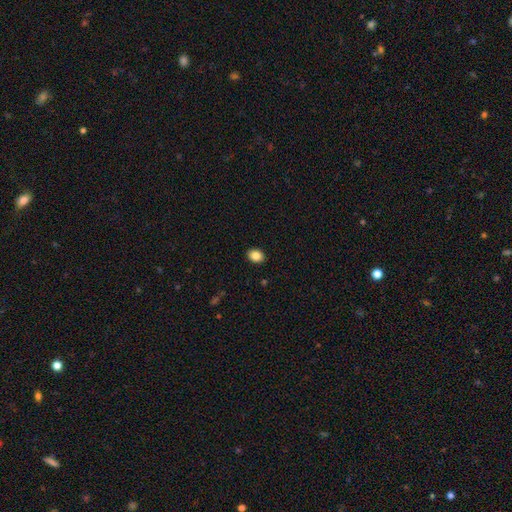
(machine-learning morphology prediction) A smooth galaxy with no disk features (86%) that is in between round and cigar-shaped (58%).

Vote fractions:
- Smooth or featured? smooth: 86% / star or artifact: 9% / featured or disk: 5%
- How rounded? in between: 58% / round: 41% / cigar-shaped: 1%
- Merging? none: 90% / minor disturbance: 7% / major disturbance: 2% / merger: 1%